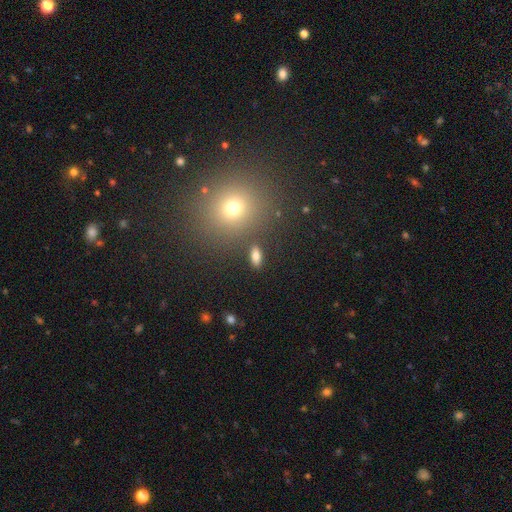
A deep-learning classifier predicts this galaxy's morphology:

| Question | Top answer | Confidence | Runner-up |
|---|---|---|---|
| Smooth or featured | smooth | 80% | star or artifact (11%) |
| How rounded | in between | 80% | cigar-shaped (12%) |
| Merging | none | 85% | minor disturbance (8%) |